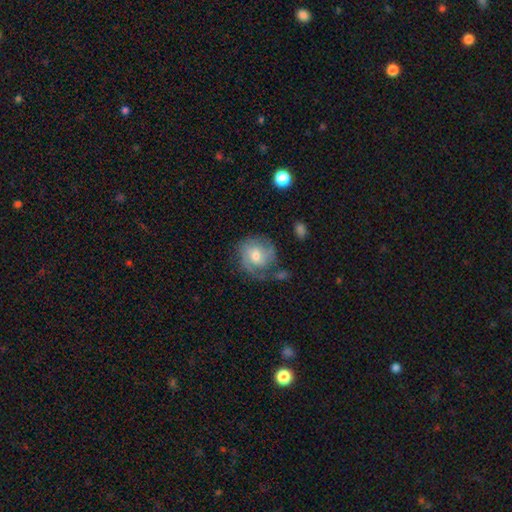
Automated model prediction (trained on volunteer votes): Morphology: type=featured or disk (58%); edge-on=no (97%); bar=no (56%); spiral arms=yes (85%); bulge=moderate (61%); merging=none (59%).